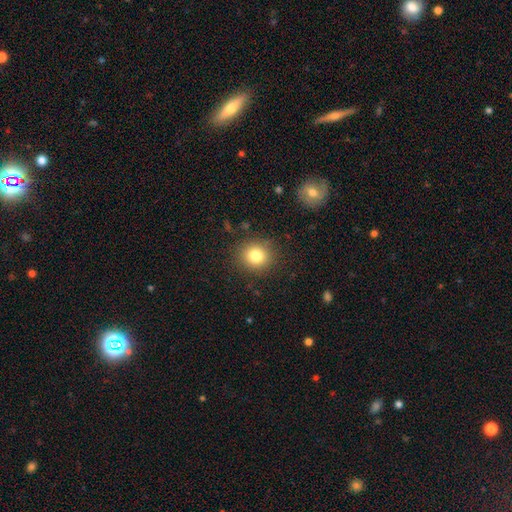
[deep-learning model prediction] This is clearly a smooth galaxy (81%). How rounded: clearly round (85%). Merging: clearly none (87%).